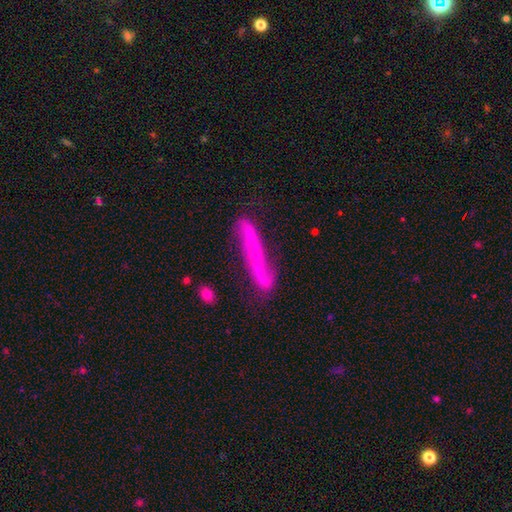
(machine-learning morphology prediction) Q: Smooth or featured?
A: featured or disk (77%); runner-up: smooth (16%)
Q: Edge-on disk?
A: yes (51%); runner-up: no (49%)
Q: Merging?
A: none (69%); runner-up: minor disturbance (21%)